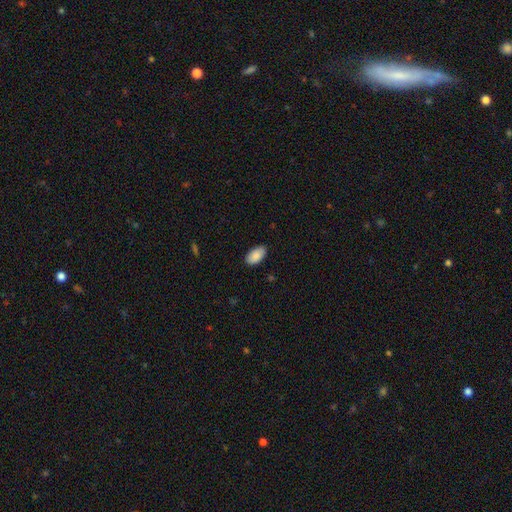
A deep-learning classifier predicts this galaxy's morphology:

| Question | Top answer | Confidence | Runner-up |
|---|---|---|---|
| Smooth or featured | smooth | 88% | star or artifact (6%) |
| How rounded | in between | 95% | round (3%) |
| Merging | none | 85% | minor disturbance (12%) |